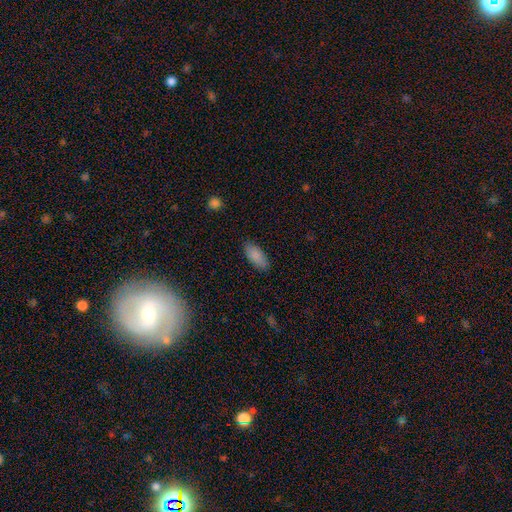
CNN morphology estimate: The model was most divided on "how rounded": in between: 86%, cigar-shaped: 12%, round: 2%. More confident: smooth or featured — smooth (88%); merging — none (86%).